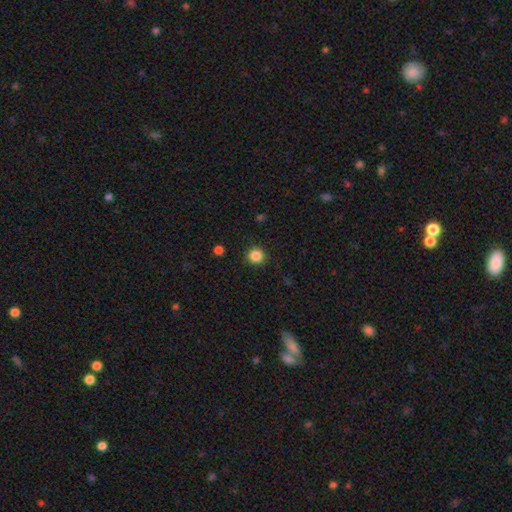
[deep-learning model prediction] Smooth or featured: smooth — 86% (star or artifact — 11%)
How rounded: round — 94% (in between — 5%)
Merging: none — 91% (minor disturbance — 5%)